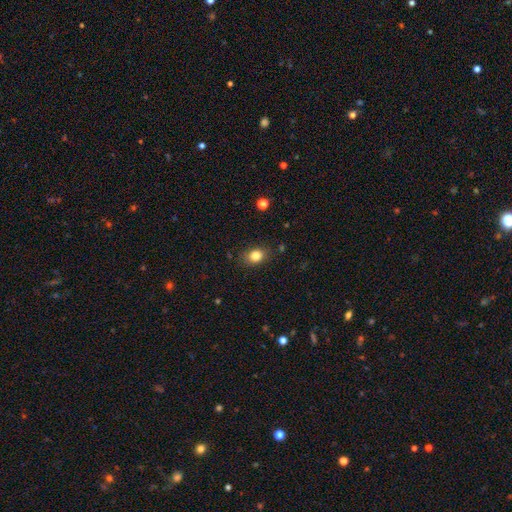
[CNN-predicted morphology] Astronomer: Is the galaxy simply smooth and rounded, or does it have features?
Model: smooth — 83%.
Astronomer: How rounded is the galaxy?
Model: in between — 58% (runner-up: round, 41%).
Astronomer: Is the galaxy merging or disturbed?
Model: none — 82%.